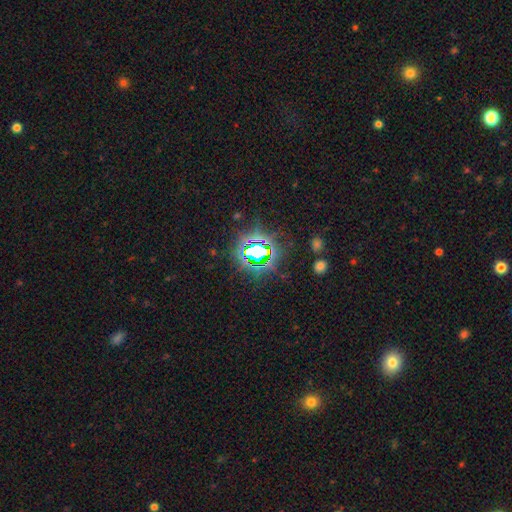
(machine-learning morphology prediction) A star or artifact, not a galaxy (79%).

Vote fractions:
- Smooth or featured? star or artifact: 79% / smooth: 14% / featured or disk: 7%